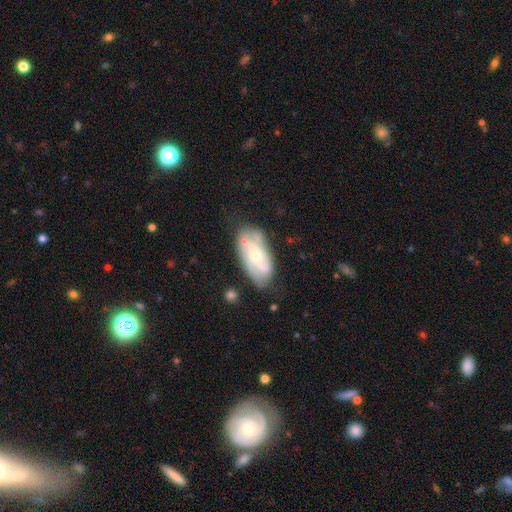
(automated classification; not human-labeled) Smooth or featured: featured or disk — 76% (smooth — 18%)
Edge-on disk: no — 94% (yes — 6%)
Bar: no — 61% (weak — 31%)
Spiral arms: yes — 90% (no — 10%)
Spiral winding: tight — 43% (medium — 42%)
Spiral arm count: 2 — 42% (can't tell — 24%)
Bulge size: small — 49% (moderate — 47%)
Merging: none — 69% (minor disturbance — 21%)